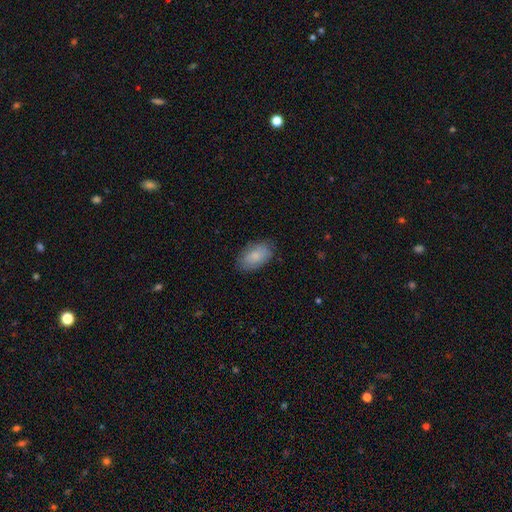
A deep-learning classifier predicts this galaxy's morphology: This is clearly a smooth galaxy (83%). How rounded: clearly in between (93%). Merging: clearly none (82%).